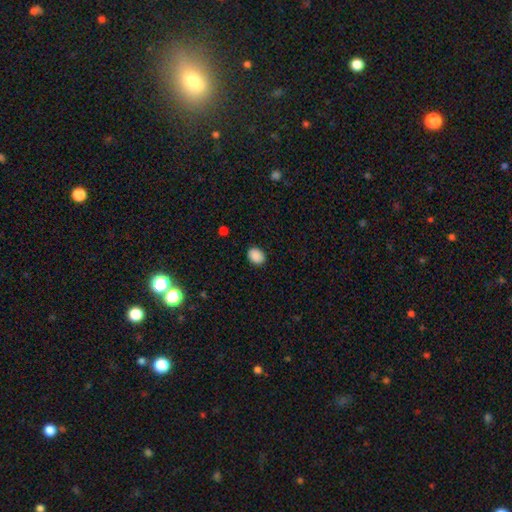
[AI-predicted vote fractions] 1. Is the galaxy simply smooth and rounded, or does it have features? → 89% smooth, 8% star or artifact, 3% featured or disk.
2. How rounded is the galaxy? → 65% in between, 34% round, 1% cigar-shaped.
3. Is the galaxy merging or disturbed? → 88% none, 9% minor disturbance, 2% major disturbance, 1% merger.